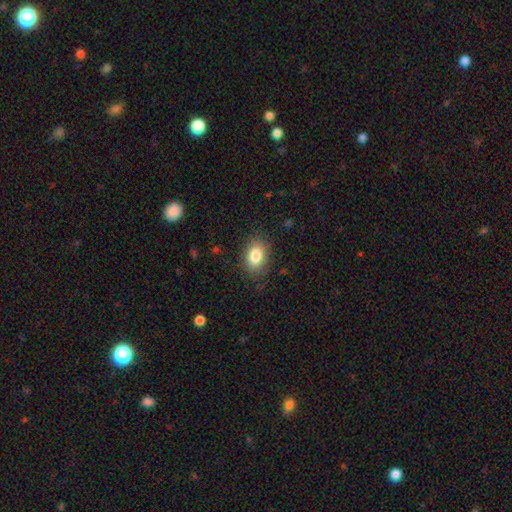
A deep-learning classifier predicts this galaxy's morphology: Smooth or featured?
  - smooth: 83% *
  - star or artifact: 9%
  - featured or disk: 8%
How rounded?
  - in between: 83% *
  - round: 15%
  - cigar-shaped: 1%
Merging?
  - none: 84% *
  - minor disturbance: 11%
  - major disturbance: 3%
  - merger: 1%